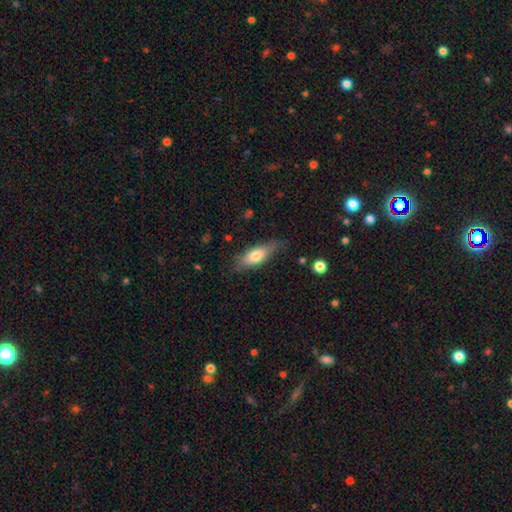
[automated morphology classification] The model was most divided on "how rounded": in between: 63%, cigar-shaped: 34%, round: 2%. More confident: merging — none (71%); smooth or featured — smooth (71%).